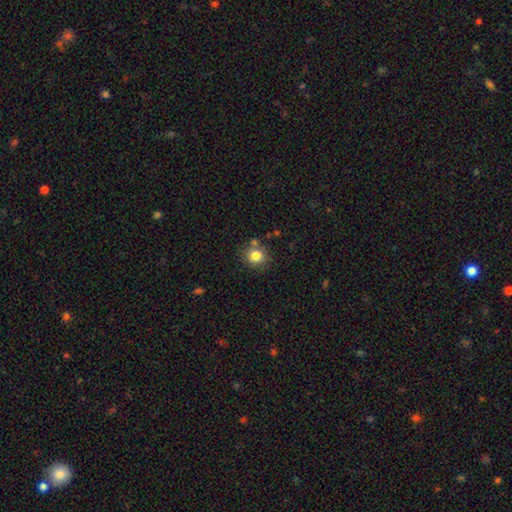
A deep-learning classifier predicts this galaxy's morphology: Overall: smooth (82%). How rounded: round (82%). Merging: none (76%).